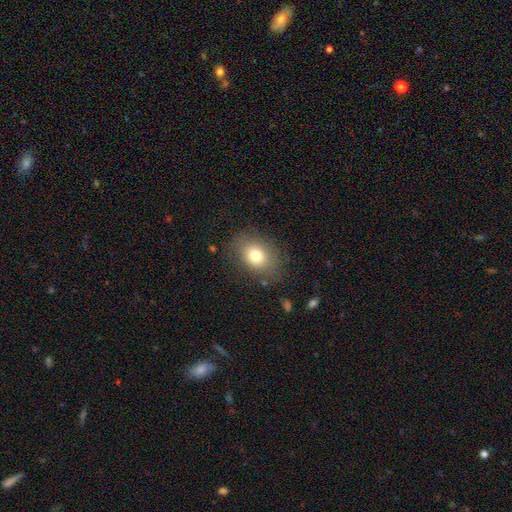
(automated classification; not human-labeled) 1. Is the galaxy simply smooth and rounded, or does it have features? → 77% smooth, 12% featured or disk, 10% star or artifact.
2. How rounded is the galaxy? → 66% in between, 33% round, 1% cigar-shaped.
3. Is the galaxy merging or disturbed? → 80% none, 13% minor disturbance, 5% major disturbance, 2% merger.